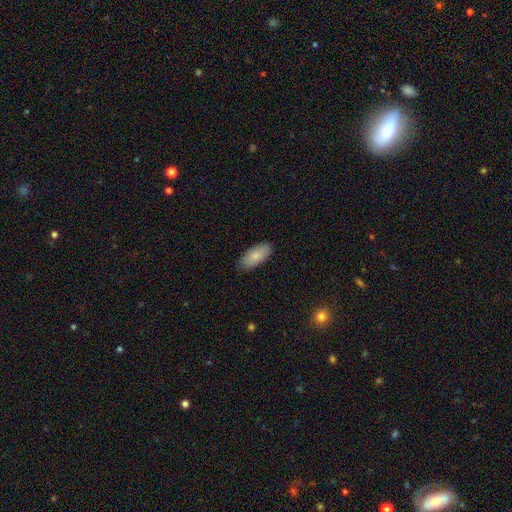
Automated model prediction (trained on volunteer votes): A smooth galaxy with no disk features (85%) that is in between round and cigar-shaped (89%).

Vote fractions:
- Smooth or featured? smooth: 85% / featured or disk: 9% / star or artifact: 6%
- How rounded? in between: 89% / cigar-shaped: 9% / round: 2%
- Merging? none: 85% / minor disturbance: 12% / major disturbance: 2% / merger: 1%